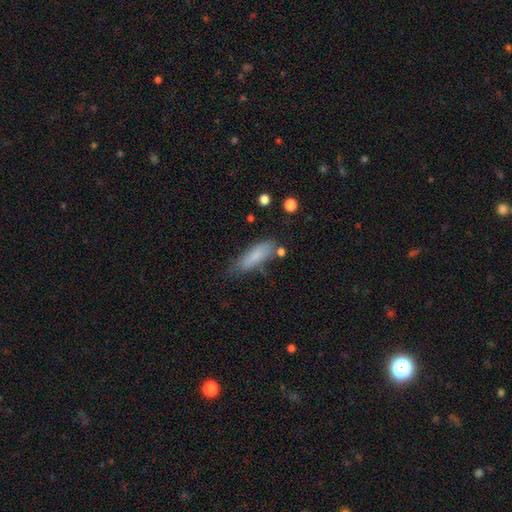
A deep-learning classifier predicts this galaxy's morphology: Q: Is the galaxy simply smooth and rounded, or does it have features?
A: smooth — 81%.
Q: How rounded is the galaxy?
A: in between — 51%.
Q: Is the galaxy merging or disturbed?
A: none — 66%.